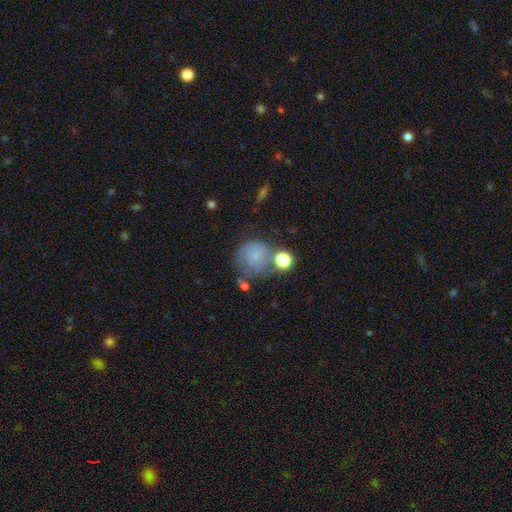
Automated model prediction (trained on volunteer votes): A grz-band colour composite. It shows a smooth galaxy with no disk features (63%) that is round (85%). Merging: none (49%).